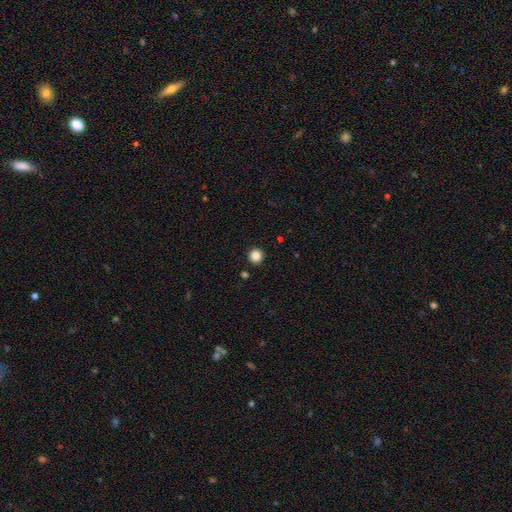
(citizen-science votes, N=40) A smooth galaxy with no disk features (95%) that is round (97%). Merging: none (89%).